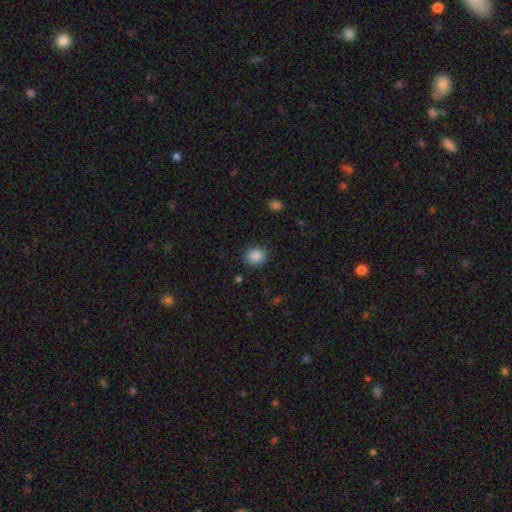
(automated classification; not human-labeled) Smooth or featured: smooth — 87% (star or artifact — 9%)
How rounded: round — 70% (in between — 29%)
Merging: none — 86% (minor disturbance — 10%)